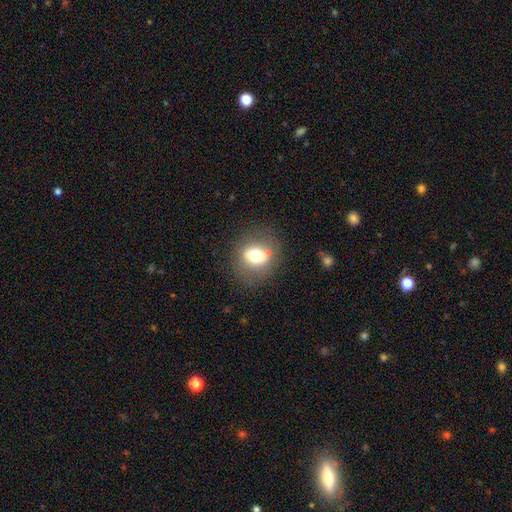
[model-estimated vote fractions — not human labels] Smooth or featured? Predicted: smooth (p=0.61). How rounded? Predicted: round (p=0.59). Merging? Predicted: none (p=0.74).